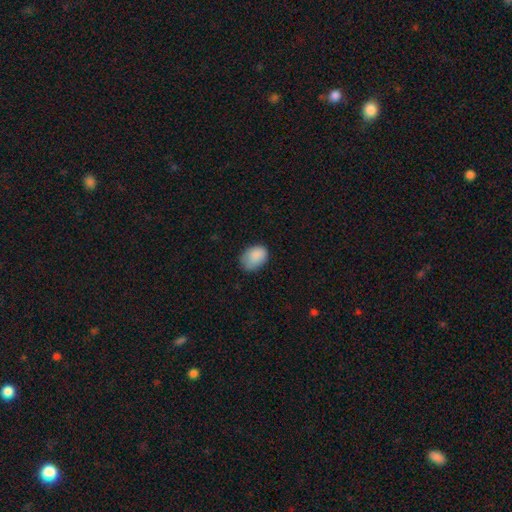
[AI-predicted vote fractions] Smooth or featured? Predicted: smooth (p=0.87). How rounded? Predicted: in between (p=0.77). Merging? Predicted: none (p=0.63).